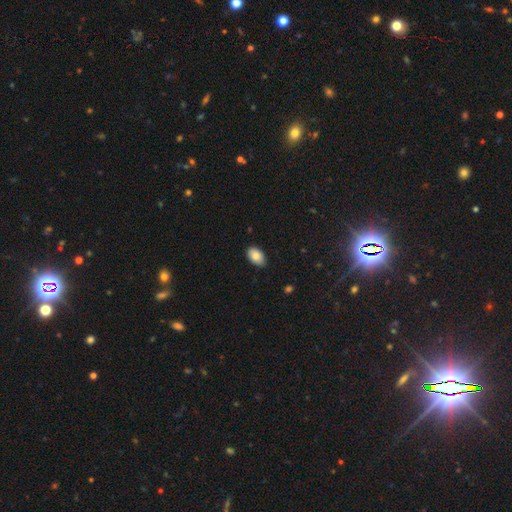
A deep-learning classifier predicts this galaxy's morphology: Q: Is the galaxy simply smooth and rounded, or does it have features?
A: smooth — 85%.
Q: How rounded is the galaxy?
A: in between — 91%.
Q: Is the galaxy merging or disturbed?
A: none — 86%.